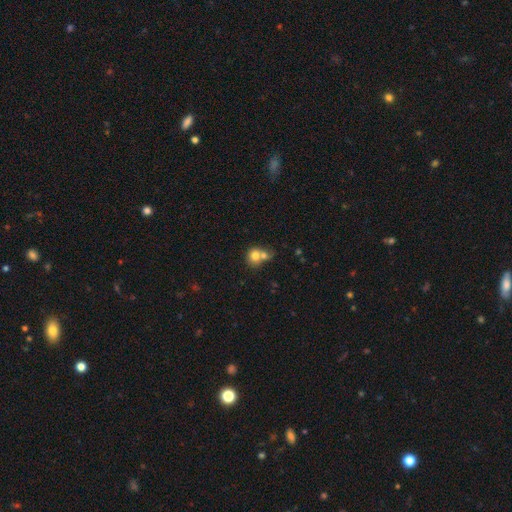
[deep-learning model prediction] The model was most divided on "merging": merger: 59%, none: 30%, minor disturbance: 7%, major disturbance: 4%. More confident: smooth or featured — smooth (76%); how rounded — round (75%).